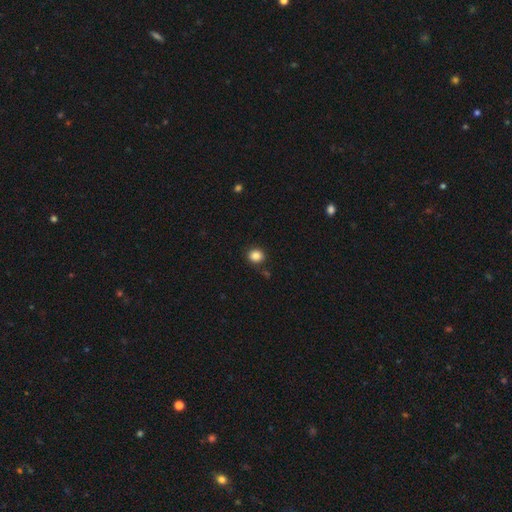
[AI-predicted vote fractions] Smooth or featured?
  - smooth: 86% *
  - star or artifact: 10%
  - featured or disk: 4%
How rounded?
  - round: 81% *
  - in between: 18%
  - cigar-shaped: 1%
Merging?
  - none: 87% *
  - minor disturbance: 8%
  - merger: 3%
  - major disturbance: 2%